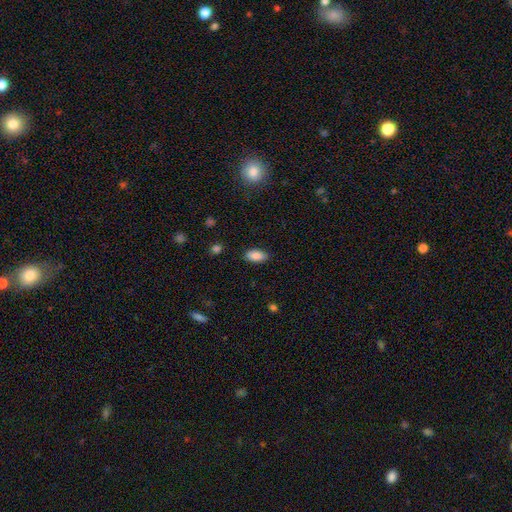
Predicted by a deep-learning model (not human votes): Q: Smooth or featured?
A: smooth (86%); runner-up: star or artifact (7%)
Q: How rounded?
A: in between (93%); runner-up: cigar-shaped (5%)
Q: Merging?
A: none (87%); runner-up: minor disturbance (10%)